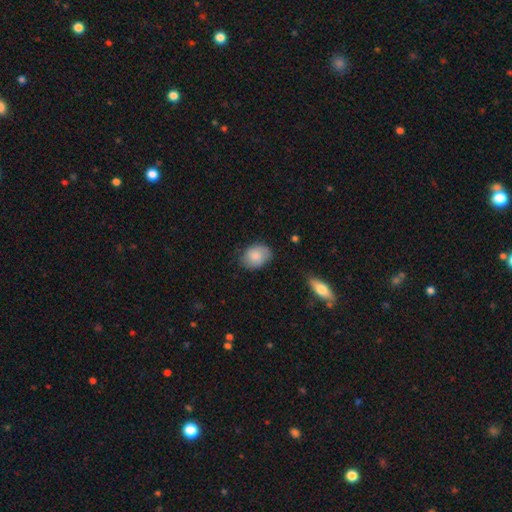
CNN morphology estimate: Q: Smooth or featured?
A: smooth (82%); runner-up: featured or disk (12%)
Q: How rounded?
A: in between (71%); runner-up: round (28%)
Q: Merging?
A: none (74%); runner-up: minor disturbance (21%)